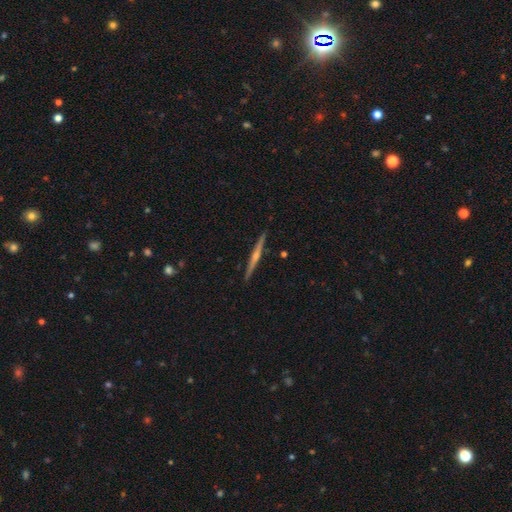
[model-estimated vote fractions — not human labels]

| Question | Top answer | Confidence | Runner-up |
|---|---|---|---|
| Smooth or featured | featured or disk | 80% | smooth (15%) |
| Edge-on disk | yes | 99% | no (1%) |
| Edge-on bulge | rounded | 83% | none (12%) |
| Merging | none | 92% | minor disturbance (5%) |